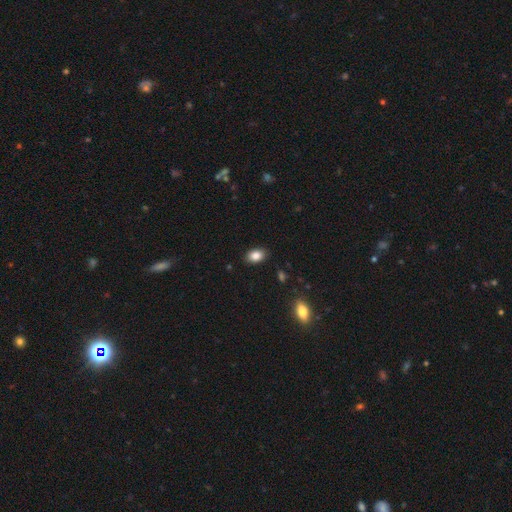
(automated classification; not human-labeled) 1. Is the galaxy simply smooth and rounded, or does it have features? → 85% smooth, 9% star or artifact, 6% featured or disk.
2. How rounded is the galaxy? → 85% in between, 13% round, 1% cigar-shaped.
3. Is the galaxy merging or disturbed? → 88% none, 9% minor disturbance, 2% major disturbance, 1% merger.